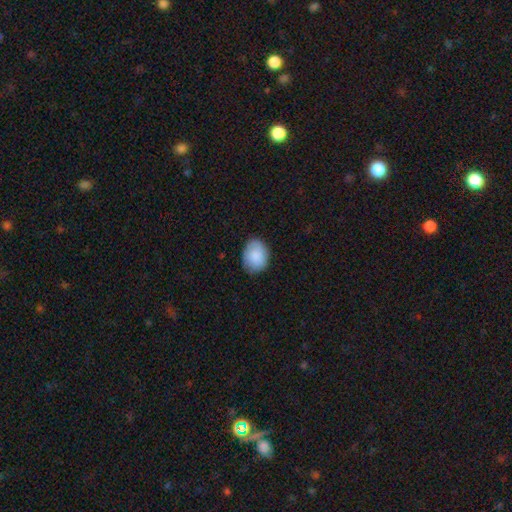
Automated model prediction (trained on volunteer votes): Q: Smooth or featured?
A: smooth (85%); runner-up: featured or disk (9%)
Q: How rounded?
A: in between (63%); runner-up: round (37%)
Q: Merging?
A: none (80%); runner-up: minor disturbance (16%)